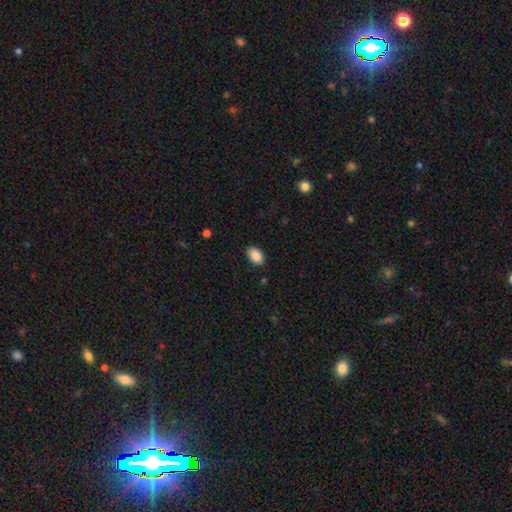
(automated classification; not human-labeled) smooth-or-featured: smooth: 88% | star or artifact: 7% | featured or disk: 4%
  how-rounded: in between: 88% | round: 11% | cigar-shaped: 1%
  merging: none: 88% | minor disturbance: 9% | major disturbance: 2% | merger: 1%